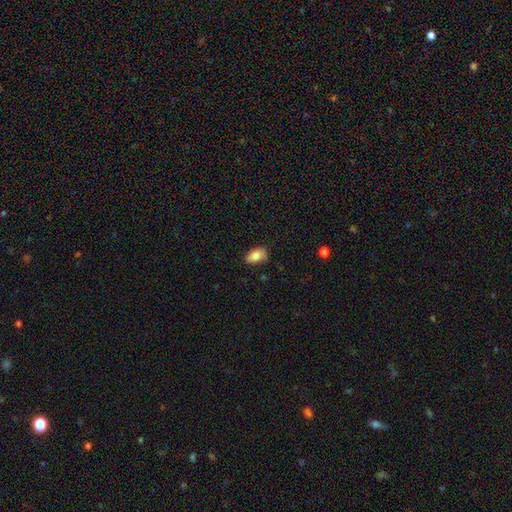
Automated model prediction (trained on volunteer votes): smooth_or_featured: smooth (p=0.81) [alt: featured or disk p=0.12]
how_rounded: in between (p=0.90) [alt: round p=0.09]
merging: none (p=0.66) [alt: minor disturbance p=0.27]